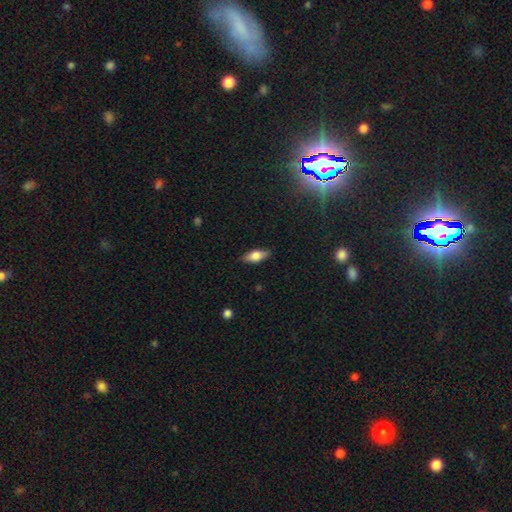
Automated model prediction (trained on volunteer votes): smooth 68%, featured or disk 25%, star or artifact 7%. Down the decision tree: how rounded — in between (75%); merging — none (86%).